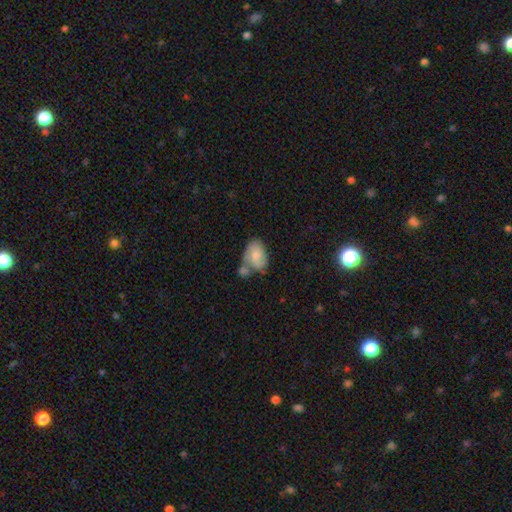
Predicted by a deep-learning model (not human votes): Morphology: type=smooth (59%); roundness=in between (83%); merging=merger (34%, tied with none).